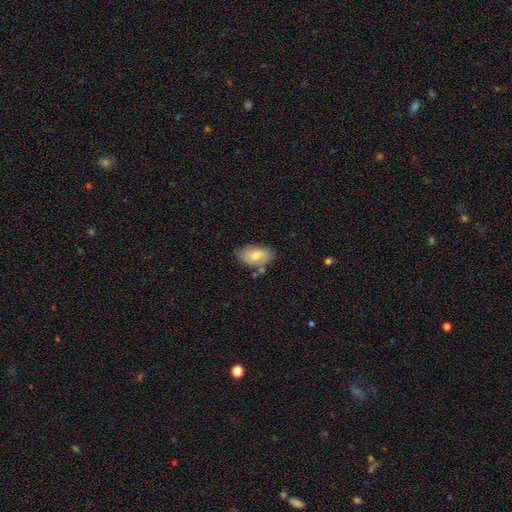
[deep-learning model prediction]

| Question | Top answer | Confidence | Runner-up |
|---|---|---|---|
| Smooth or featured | smooth | 74% | featured or disk (20%) |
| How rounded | in between | 92% | round (6%) |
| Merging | none | 69% | minor disturbance (21%) |